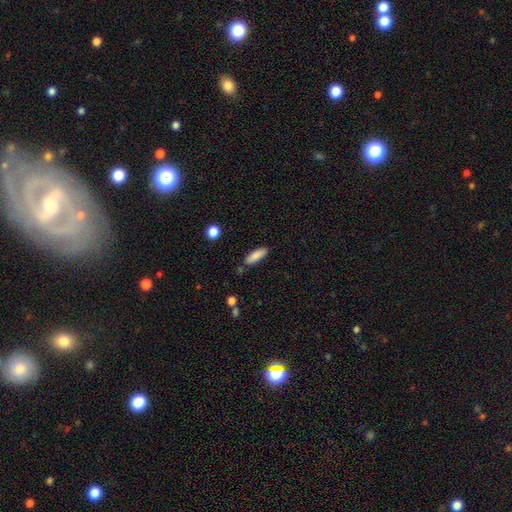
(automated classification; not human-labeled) A smooth galaxy with no disk features (85%) that is in between round and cigar-shaped (50%).

Vote fractions:
- Smooth or featured? smooth: 85% / featured or disk: 8% / star or artifact: 7%
- How rounded? in between: 50% / cigar-shaped: 48% / round: 2%
- Merging? none: 82% / minor disturbance: 12% / merger: 4% / major disturbance: 2%